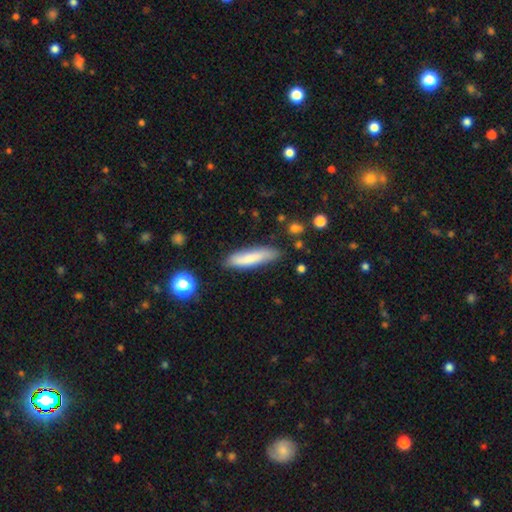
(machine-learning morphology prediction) Smooth or featured?
  - smooth: 77% *
  - featured or disk: 17%
  - star or artifact: 6%
How rounded?
  - cigar-shaped: 73% *
  - in between: 26%
  - round: 2%
Merging?
  - none: 78% *
  - minor disturbance: 16%
  - major disturbance: 3%
  - merger: 3%